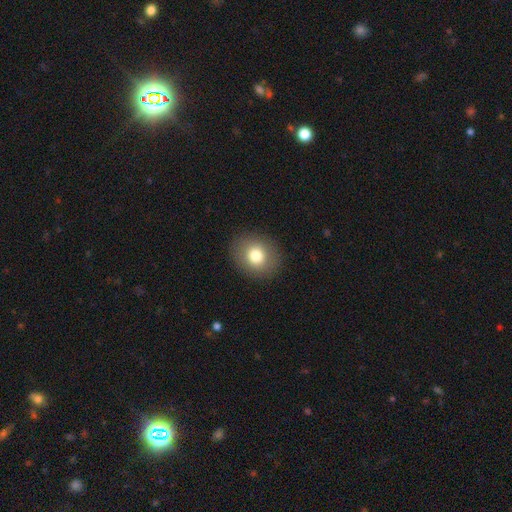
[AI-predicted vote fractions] Q: Smooth or featured?
A: smooth (78%); runner-up: featured or disk (12%)
Q: How rounded?
A: round (66%); runner-up: in between (33%)
Q: Merging?
A: none (89%); runner-up: minor disturbance (7%)